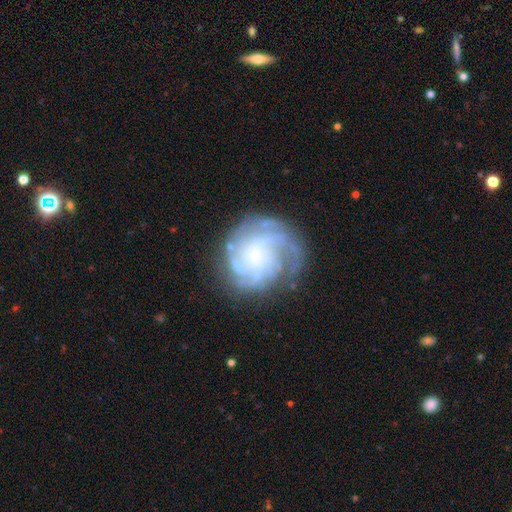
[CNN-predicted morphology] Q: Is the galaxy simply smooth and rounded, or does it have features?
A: featured or disk — 80%.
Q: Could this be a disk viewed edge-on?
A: no — 98%.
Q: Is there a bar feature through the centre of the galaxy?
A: no — 76%.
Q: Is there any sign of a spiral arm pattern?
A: yes — 93%.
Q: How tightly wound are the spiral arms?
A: tight — 56%.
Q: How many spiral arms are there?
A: can't tell — 31%.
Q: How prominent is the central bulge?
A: small — 71%.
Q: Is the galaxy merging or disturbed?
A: none — 68%.